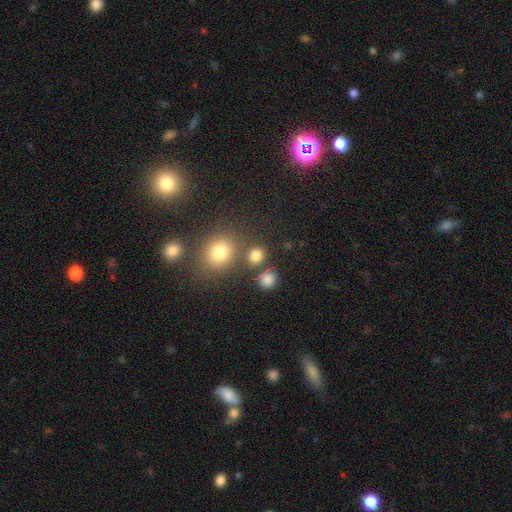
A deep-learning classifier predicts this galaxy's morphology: Smooth or featured?
  - smooth: 79% *
  - star or artifact: 15%
  - featured or disk: 6%
How rounded?
  - round: 81% *
  - in between: 18%
  - cigar-shaped: 1%
Merging?
  - none: 74% *
  - merger: 14%
  - minor disturbance: 8%
  - major disturbance: 4%